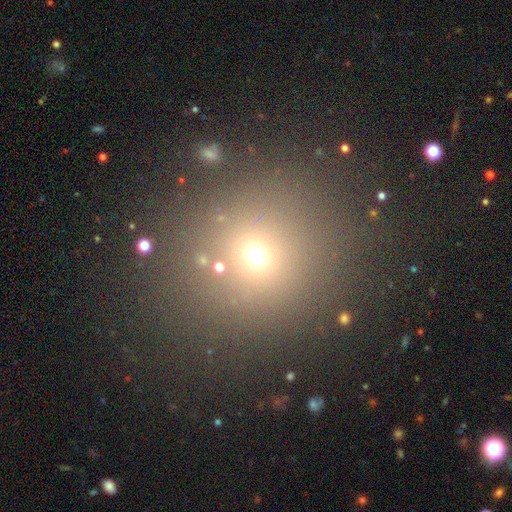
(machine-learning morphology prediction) Q: Smooth or featured?
A: smooth (62%); runner-up: star or artifact (30%)
Q: How rounded?
A: round (88%); runner-up: in between (11%)
Q: Merging?
A: none (82%); runner-up: minor disturbance (9%)